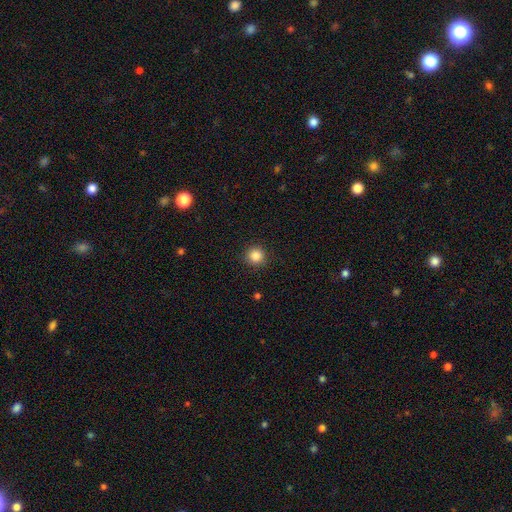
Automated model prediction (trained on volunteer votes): smooth 86%, star or artifact 11%, featured or disk 4%. Down the decision tree: how rounded — round (95%); merging — none (91%).